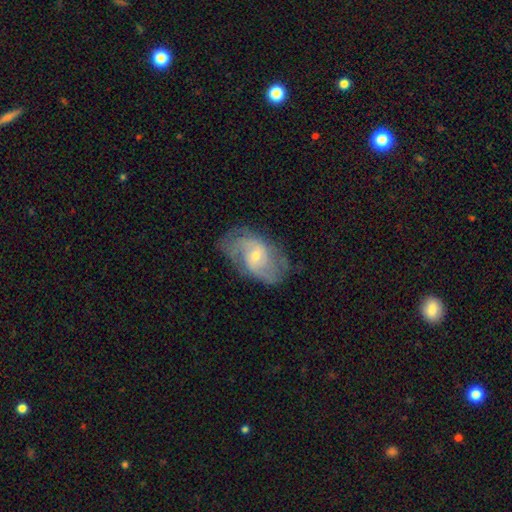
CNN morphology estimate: featured or disk 76%, smooth 17%, star or artifact 6%. Down the decision tree: edge-on disk — no (96%); bar — no (49%); spiral arms — yes (90%); spiral arm count — 2 (63%); spiral winding — medium (46%); bulge size — small (60%); merging — none (68%).